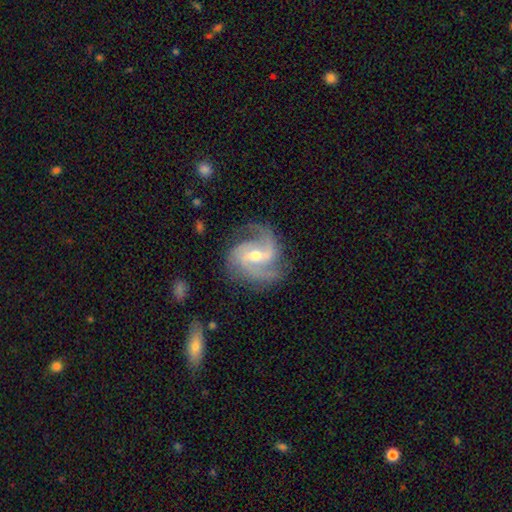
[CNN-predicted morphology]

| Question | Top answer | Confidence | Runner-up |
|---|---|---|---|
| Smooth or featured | featured or disk | 91% | star or artifact (5%) |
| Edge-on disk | no | 98% | yes (2%) |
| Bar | weak | 46% | strong (34%) |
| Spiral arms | yes | 98% | no (2%) |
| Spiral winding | medium | 56% | tight (25%) |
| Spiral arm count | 3 | 44% | 2 (38%) |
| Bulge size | moderate | 58% | small (38%) |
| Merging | none | 73% | minor disturbance (18%) |